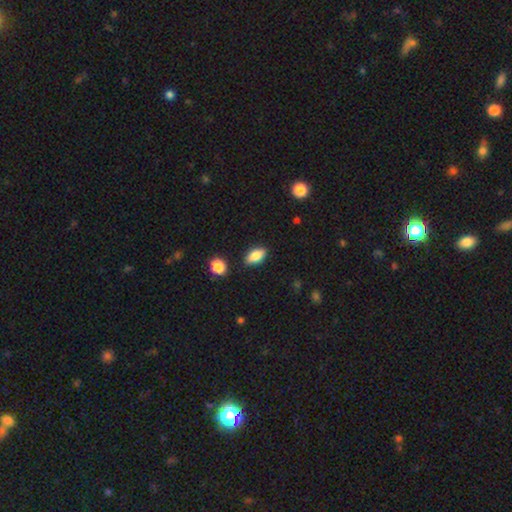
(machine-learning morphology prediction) smooth 83%, featured or disk 10%, star or artifact 8%. Down the decision tree: how rounded — in between (87%); merging — none (85%).